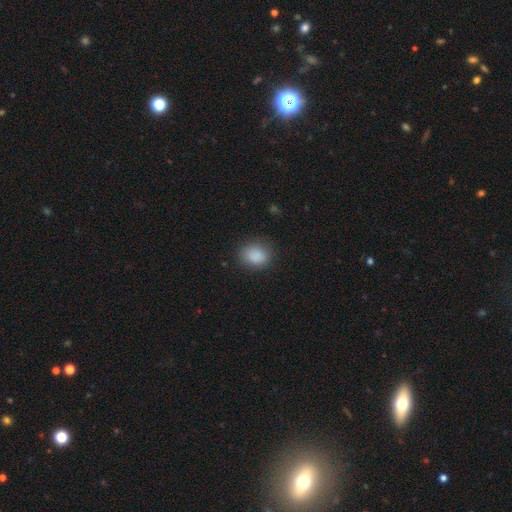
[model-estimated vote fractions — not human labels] This appears to be a smooth galaxy with no disk features (87%) that is round (54%). Merging: none (81%).